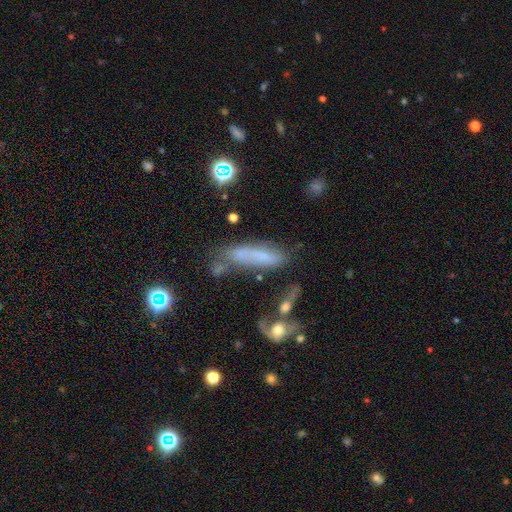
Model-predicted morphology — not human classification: smooth-or-featured: smooth: 55% | featured or disk: 30% | star or artifact: 15%
  how-rounded: cigar-shaped: 67% | in between: 29% | round: 4%
  merging: none: 43% | minor disturbance: 24% | merger: 17% | major disturbance: 16%